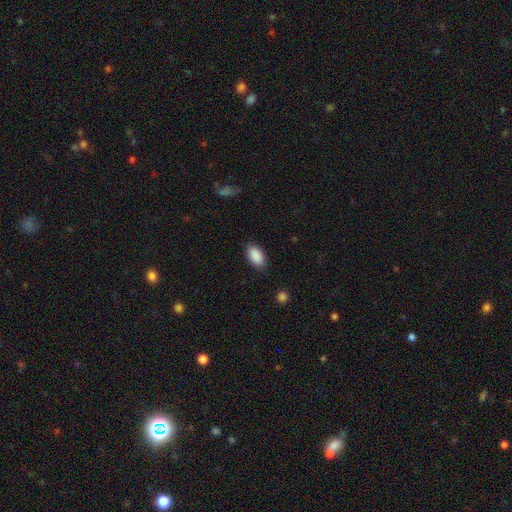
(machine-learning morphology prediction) smooth-or-featured: smooth: 90% | star or artifact: 7% | featured or disk: 3%
  how-rounded: in between: 94% | round: 5% | cigar-shaped: 2%
  merging: none: 86% | minor disturbance: 10% | major disturbance: 3% | merger: 1%